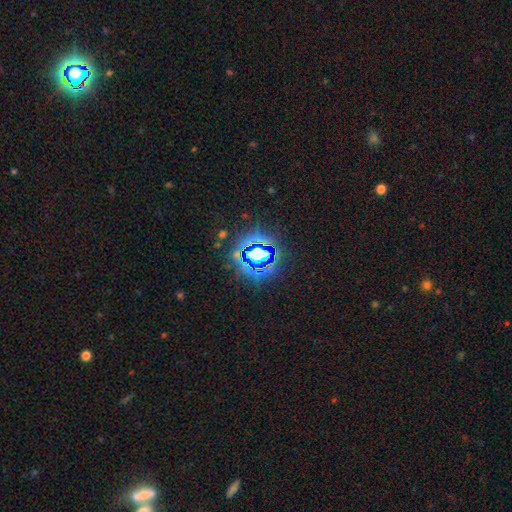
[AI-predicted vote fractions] A star or artifact, not a galaxy (77%).